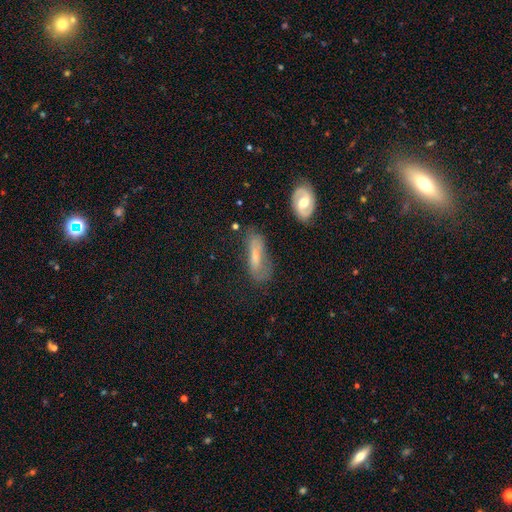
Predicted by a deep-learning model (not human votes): Smooth or featured? Predicted: smooth (p=0.49). Merging? Predicted: none (p=0.55).